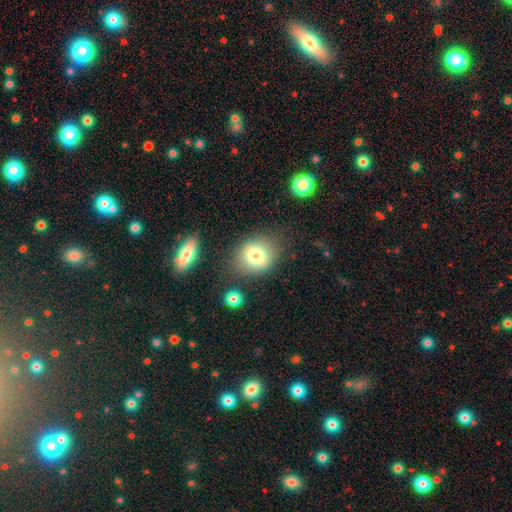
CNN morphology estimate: This is likely a smooth galaxy (77%). How rounded: possibly round (51%). Merging: likely none (73%).